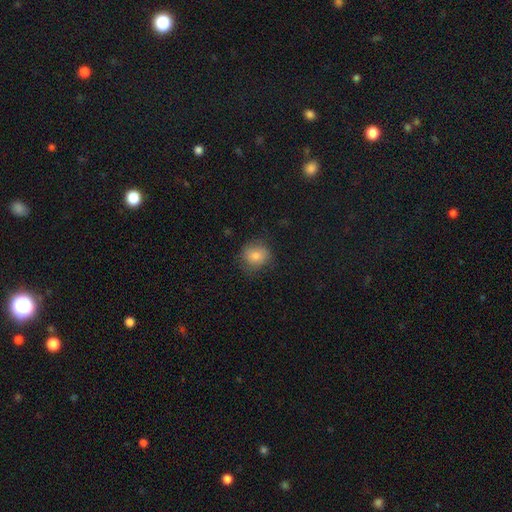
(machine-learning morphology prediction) Q: Smooth or featured?
A: smooth (80%); runner-up: featured or disk (10%)
Q: How rounded?
A: round (81%); runner-up: in between (18%)
Q: Merging?
A: none (75%); runner-up: minor disturbance (18%)